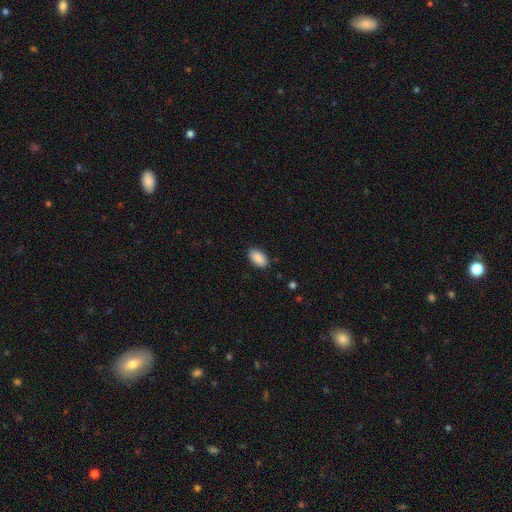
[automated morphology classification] smooth 90%, star or artifact 7%, featured or disk 3%. Down the decision tree: how rounded — in between (95%); merging — none (87%).